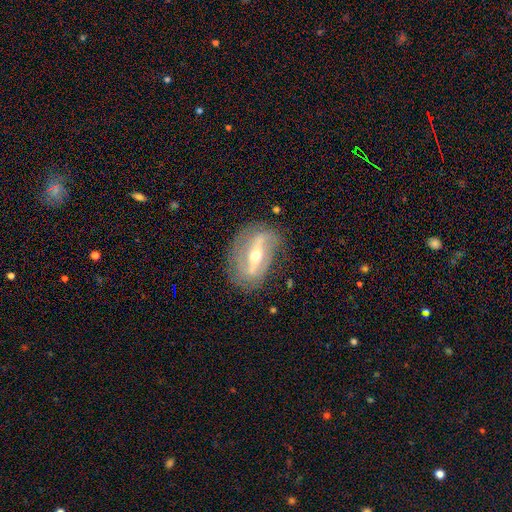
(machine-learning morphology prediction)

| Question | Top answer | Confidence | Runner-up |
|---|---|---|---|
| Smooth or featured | featured or disk | 82% | smooth (12%) |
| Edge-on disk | no | 85% | yes (15%) |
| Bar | strong | 69% | weak (20%) |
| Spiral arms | yes | 70% | no (30%) |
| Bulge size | moderate | 61% | small (34%) |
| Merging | none | 75% | minor disturbance (16%) |